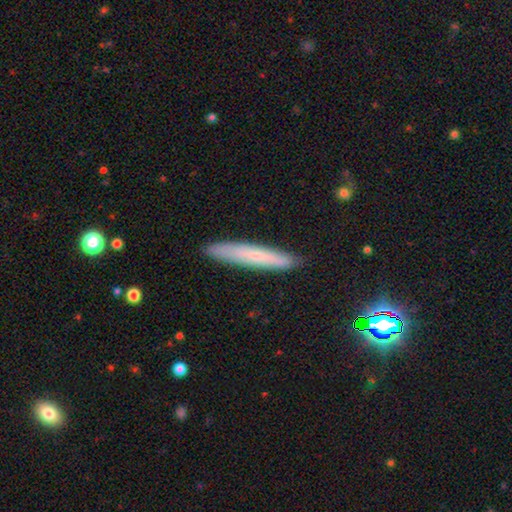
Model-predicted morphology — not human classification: A smooth galaxy with no disk features (60%) that is cigar-shaped (93%).

Vote fractions:
- Smooth or featured? smooth: 60% / featured or disk: 32% / star or artifact: 8%
- How rounded? cigar-shaped: 93% / in between: 5% / round: 1%
- Merging? none: 88% / minor disturbance: 9% / major disturbance: 2% / merger: 1%